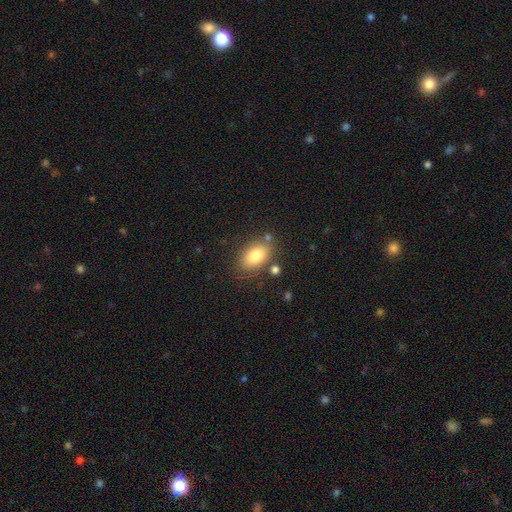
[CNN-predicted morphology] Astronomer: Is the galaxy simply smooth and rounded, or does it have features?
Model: smooth — 80%.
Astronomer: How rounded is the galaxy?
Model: in between — 89%.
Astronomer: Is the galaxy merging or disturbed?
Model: none — 78%.